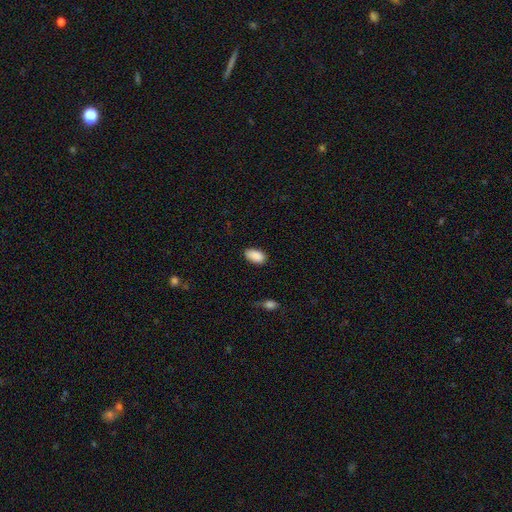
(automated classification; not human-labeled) Smooth or featured?
  - smooth: 90% *
  - star or artifact: 7%
  - featured or disk: 3%
How rounded?
  - in between: 94% *
  - round: 4%
  - cigar-shaped: 2%
Merging?
  - none: 83% *
  - minor disturbance: 13%
  - major disturbance: 3%
  - merger: 1%